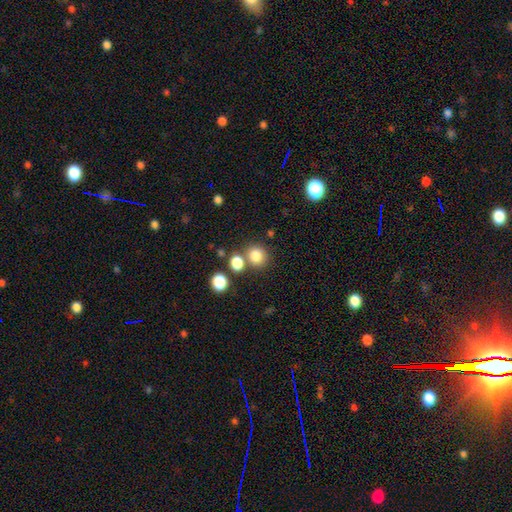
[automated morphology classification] Smooth or featured?
  - smooth: 82% *
  - star or artifact: 12%
  - featured or disk: 6%
How rounded?
  - round: 86% *
  - in between: 13%
  - cigar-shaped: 1%
Merging?
  - none: 72% *
  - merger: 17%
  - minor disturbance: 8%
  - major disturbance: 3%